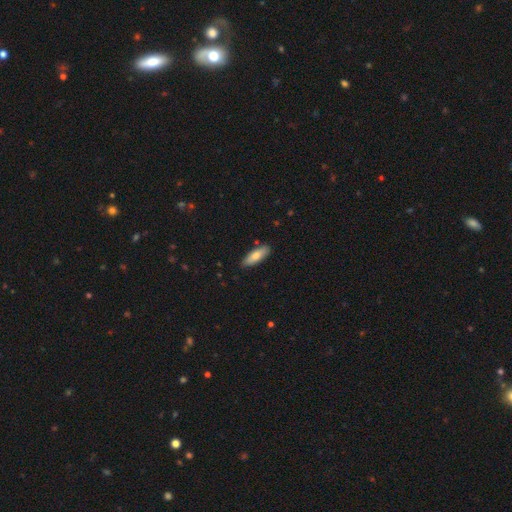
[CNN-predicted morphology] A smooth galaxy with no disk features (77%) that is in between round and cigar-shaped (54%).

Vote fractions:
- Smooth or featured? smooth: 77% / featured or disk: 17% / star or artifact: 6%
- How rounded? in between: 54% / cigar-shaped: 44% / round: 2%
- Merging? none: 86% / minor disturbance: 11% / major disturbance: 2% / merger: 2%